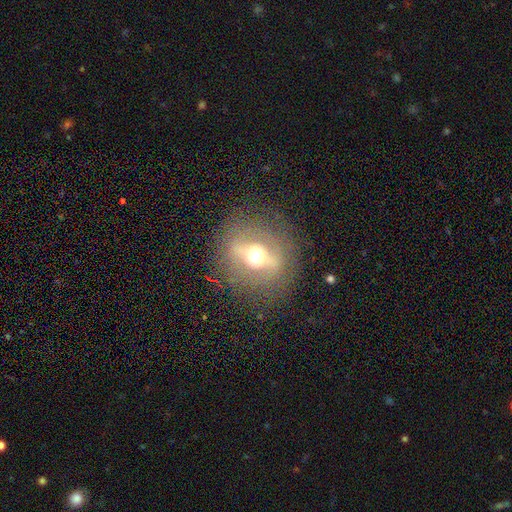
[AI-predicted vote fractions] smooth-or-featured: featured or disk: 62% | smooth: 27% | star or artifact: 12%
  disk-edge-on: no: 72% | yes: 28%
  merging: none: 81% | minor disturbance: 11% | major disturbance: 7% | merger: 1%